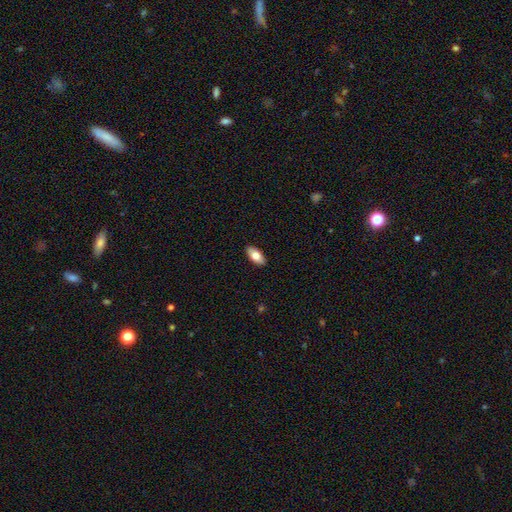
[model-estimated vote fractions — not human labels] Smooth or featured?
  - smooth: 76% *
  - featured or disk: 17%
  - star or artifact: 6%
How rounded?
  - in between: 91% *
  - cigar-shaped: 7%
  - round: 3%
Merging?
  - none: 90% *
  - minor disturbance: 7%
  - major disturbance: 2%
  - merger: 1%